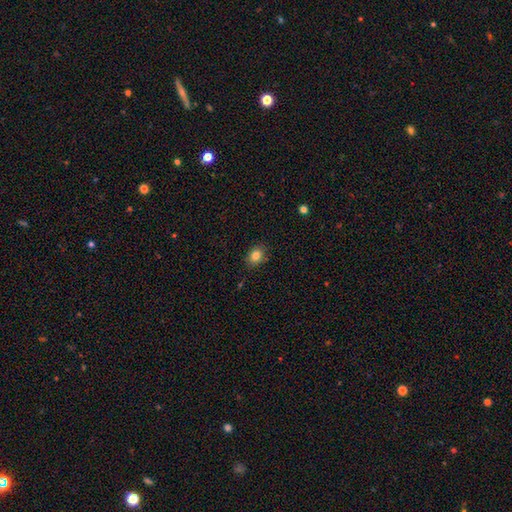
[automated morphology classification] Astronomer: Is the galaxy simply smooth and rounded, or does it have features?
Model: smooth — 83%.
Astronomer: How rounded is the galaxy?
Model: in between — 58% (runner-up: round, 41%).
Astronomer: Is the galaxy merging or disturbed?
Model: none — 85%.